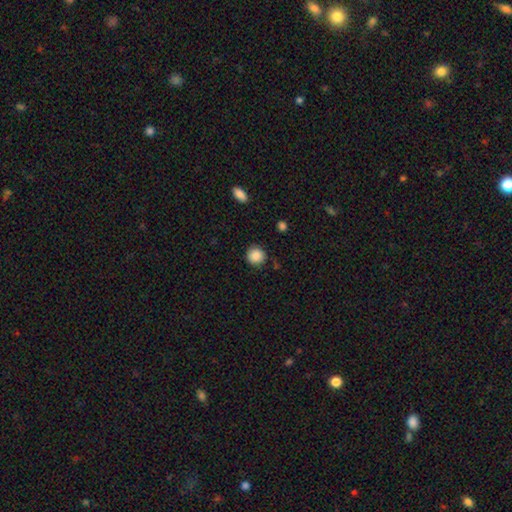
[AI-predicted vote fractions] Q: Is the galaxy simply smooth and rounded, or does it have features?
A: smooth — 88%.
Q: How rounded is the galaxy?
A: round — 92%.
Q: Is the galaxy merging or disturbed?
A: none — 86%.